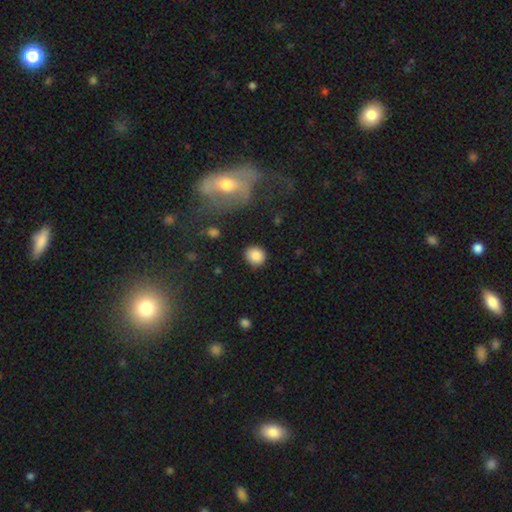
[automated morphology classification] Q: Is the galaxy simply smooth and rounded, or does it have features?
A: smooth — 85%.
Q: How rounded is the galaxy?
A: round — 82%.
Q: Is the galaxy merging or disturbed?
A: none — 87%.